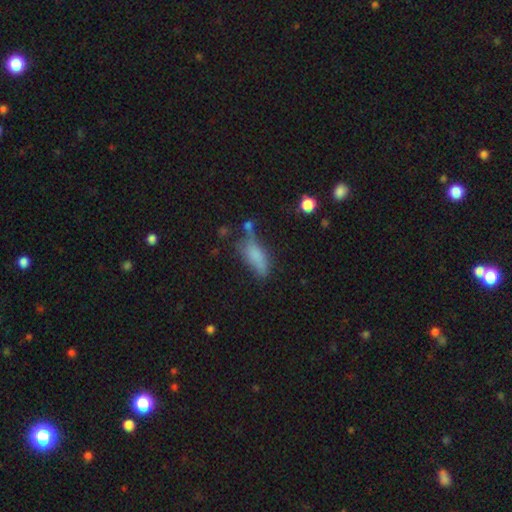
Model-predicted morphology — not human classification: A smooth galaxy with no disk features (71%) that is in between round and cigar-shaped (65%).

Vote fractions:
- Smooth or featured? smooth: 71% / featured or disk: 19% / star or artifact: 10%
- How rounded? in between: 65% / cigar-shaped: 32% / round: 3%
- Merging? none: 45% / minor disturbance: 29% / major disturbance: 16% / merger: 11%